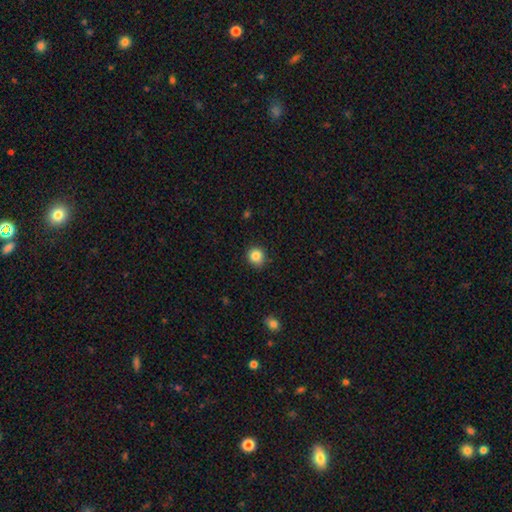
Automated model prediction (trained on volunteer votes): The model was most divided on "smooth or featured": smooth: 85%, star or artifact: 10%, featured or disk: 5%. More confident: how rounded — round (87%); merging — none (87%).